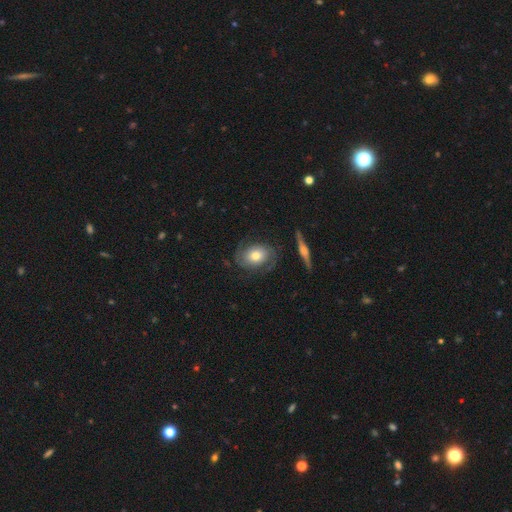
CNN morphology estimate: Smooth or featured? Predicted: featured or disk (p=0.66). Edge-on disk? Predicted: no (p=0.95). Bar? Predicted: no (p=0.75). Spiral arms? Predicted: yes (p=0.88). Spiral winding? Predicted: medium (p=0.41). Spiral arm count? Predicted: 2 (p=0.85). Bulge size? Predicted: moderate (p=0.64). Merging? Predicted: none (p=0.71).